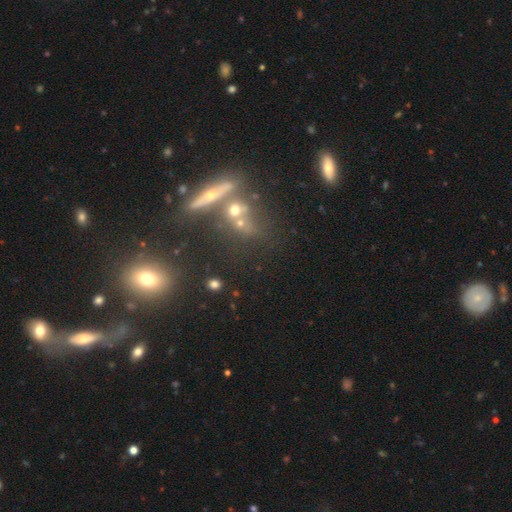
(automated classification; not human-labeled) Morphology: type=featured or disk (34%, tied with star or artifact); merging=none (54%).